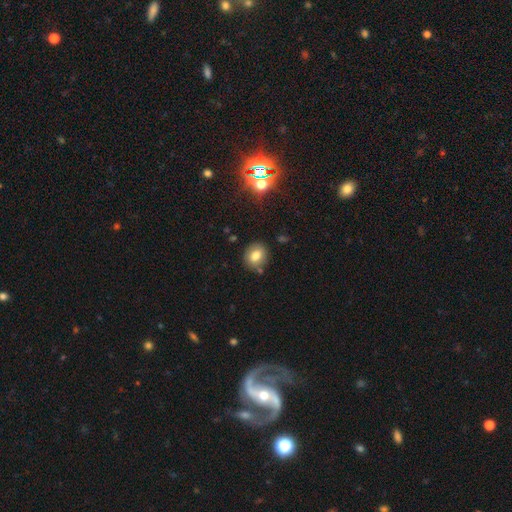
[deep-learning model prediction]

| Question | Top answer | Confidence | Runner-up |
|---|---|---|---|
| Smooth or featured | smooth | 76% | star or artifact (12%) |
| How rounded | round | 70% | in between (29%) |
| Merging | none | 82% | minor disturbance (10%) |